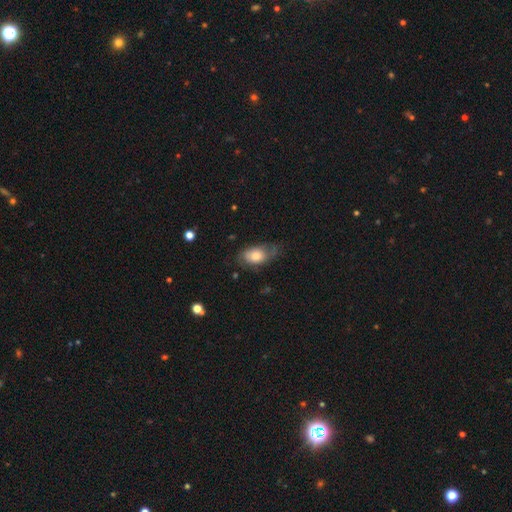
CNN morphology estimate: This appears to be a smooth galaxy with no disk features (66%) that is in between round and cigar-shaped (89%). Merging: none (48%).